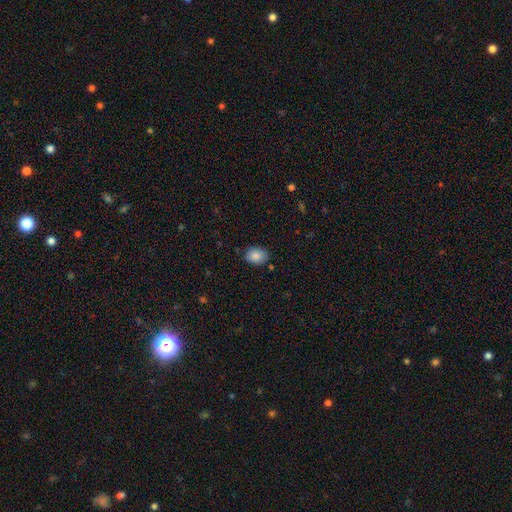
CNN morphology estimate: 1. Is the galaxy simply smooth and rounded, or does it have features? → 87% smooth, 8% star or artifact, 5% featured or disk.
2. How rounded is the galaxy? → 70% in between, 30% round, 1% cigar-shaped.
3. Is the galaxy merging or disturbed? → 84% none, 12% minor disturbance, 2% major disturbance, 2% merger.